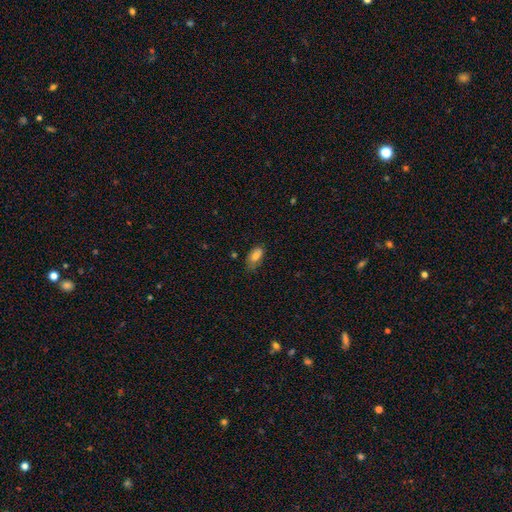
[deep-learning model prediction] smooth_or_featured: smooth (p=0.76) [alt: featured or disk p=0.15]
how_rounded: in between (p=0.91) [alt: round p=0.05]
merging: none (p=0.56) [alt: minor disturbance p=0.33]